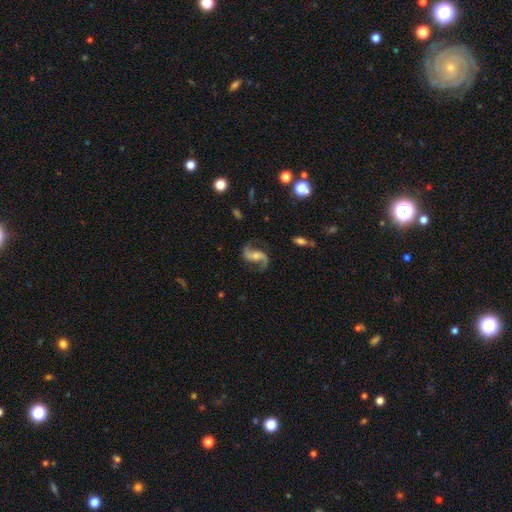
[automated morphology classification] This appears to be a featured or disk galaxy (89%) with no bar (47%), 2 (94%) loose (63%) spiral arms (97%) and a moderate central bulge (47%). Merging: none (79%).